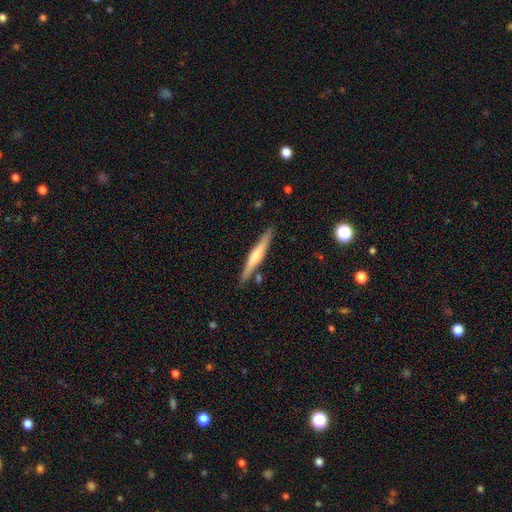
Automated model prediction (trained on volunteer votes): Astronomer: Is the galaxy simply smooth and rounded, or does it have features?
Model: featured or disk — 52% (runner-up: smooth, 42%).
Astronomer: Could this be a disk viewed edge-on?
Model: yes — 96%.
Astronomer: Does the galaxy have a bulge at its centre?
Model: rounded — 73%.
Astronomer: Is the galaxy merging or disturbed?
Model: none — 84%.